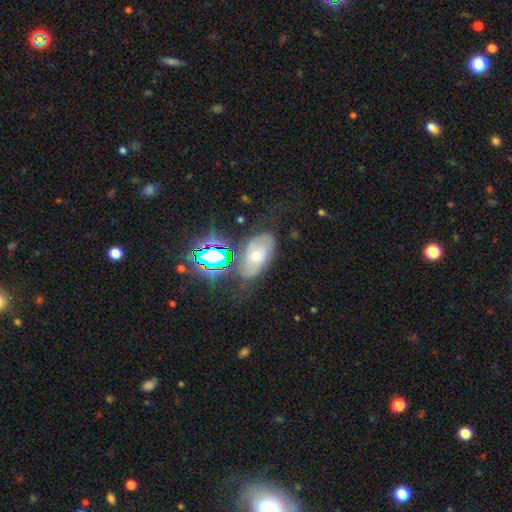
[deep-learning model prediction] A featured or disk galaxy (41%).

Vote fractions:
- Smooth or featured? featured or disk: 41% / smooth: 34% / star or artifact: 25%
- Merging? none: 57% / minor disturbance: 25% / major disturbance: 12% / merger: 6%